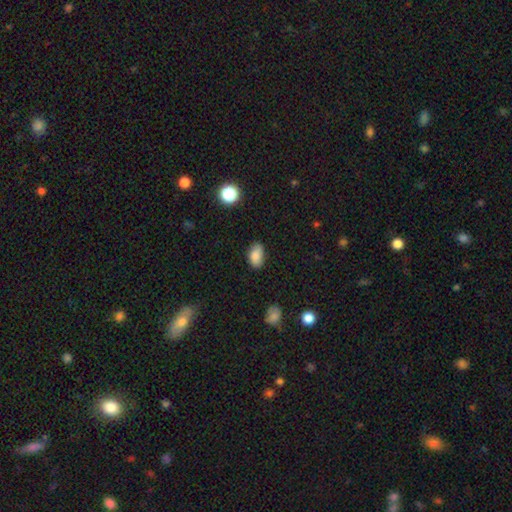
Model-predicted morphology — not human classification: A smooth galaxy with no disk features (86%) that is in between round and cigar-shaped (91%).

Vote fractions:
- Smooth or featured? smooth: 86% / star or artifact: 9% / featured or disk: 6%
- How rounded? in between: 91% / round: 7% / cigar-shaped: 2%
- Merging? none: 78% / minor disturbance: 18% / major disturbance: 3% / merger: 1%